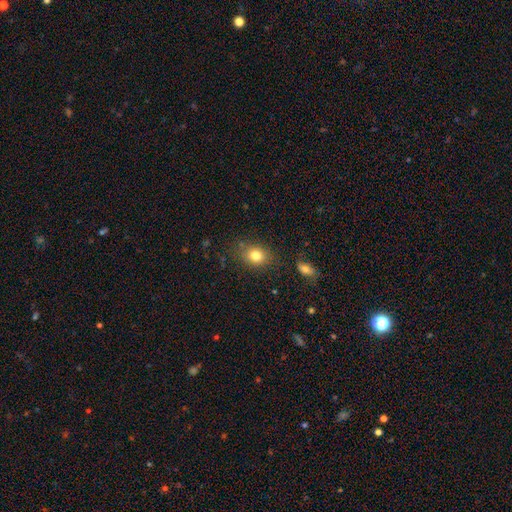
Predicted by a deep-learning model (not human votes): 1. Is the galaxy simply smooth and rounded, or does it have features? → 81% smooth, 11% star or artifact, 8% featured or disk.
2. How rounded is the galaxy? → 53% in between, 46% round, 1% cigar-shaped.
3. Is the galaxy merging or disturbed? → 79% none, 13% minor disturbance, 4% major disturbance, 4% merger.